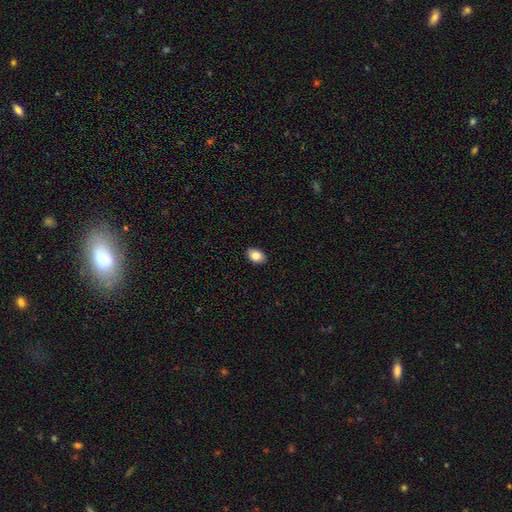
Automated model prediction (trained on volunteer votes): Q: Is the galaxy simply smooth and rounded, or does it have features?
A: smooth — 85%.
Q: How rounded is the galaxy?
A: in between — 85%.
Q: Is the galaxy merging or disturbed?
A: none — 90%.